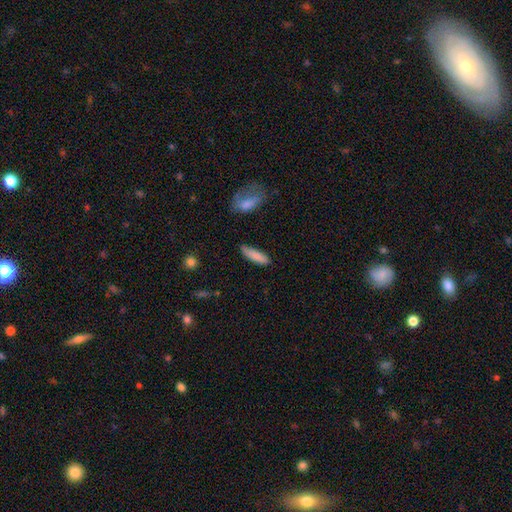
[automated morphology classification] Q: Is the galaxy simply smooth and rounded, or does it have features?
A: smooth — 86%.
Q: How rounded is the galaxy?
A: cigar-shaped — 67%.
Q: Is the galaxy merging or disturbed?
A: none — 82%.